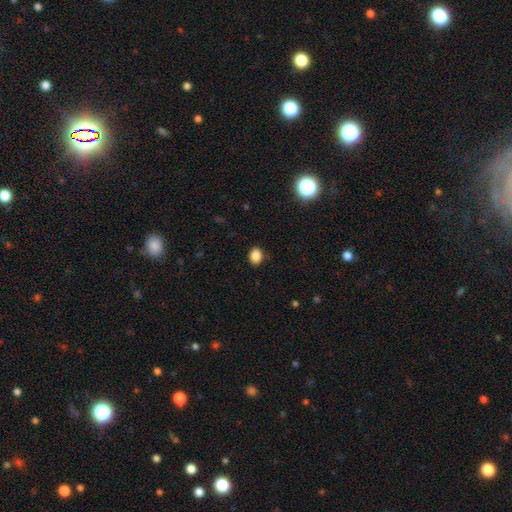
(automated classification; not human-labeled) Smooth or featured: smooth — 87% (star or artifact — 10%)
How rounded: in between — 57% (round — 42%)
Merging: none — 89% (minor disturbance — 8%)